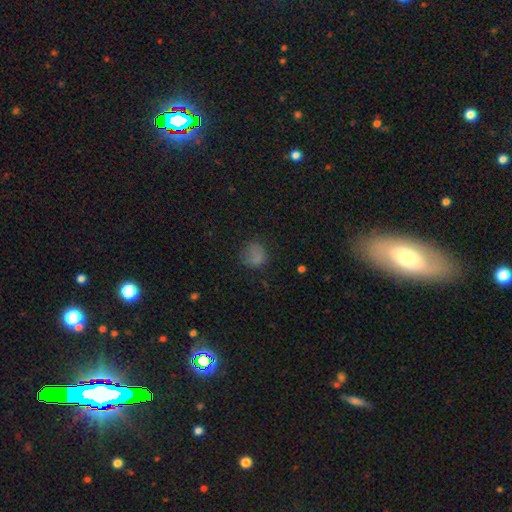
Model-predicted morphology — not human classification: A smooth galaxy with no disk features (74%) that is round (75%).

Vote fractions:
- Smooth or featured? smooth: 74% / star or artifact: 16% / featured or disk: 10%
- How rounded? round: 75% / in between: 24% / cigar-shaped: 1%
- Merging? none: 61% / minor disturbance: 24% / major disturbance: 13% / merger: 2%